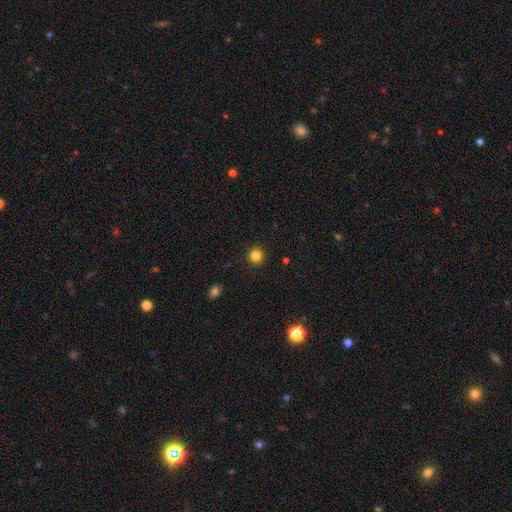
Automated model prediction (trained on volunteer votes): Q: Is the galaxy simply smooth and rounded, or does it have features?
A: smooth — 83%.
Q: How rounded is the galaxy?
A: round — 94%.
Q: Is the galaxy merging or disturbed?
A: none — 93%.